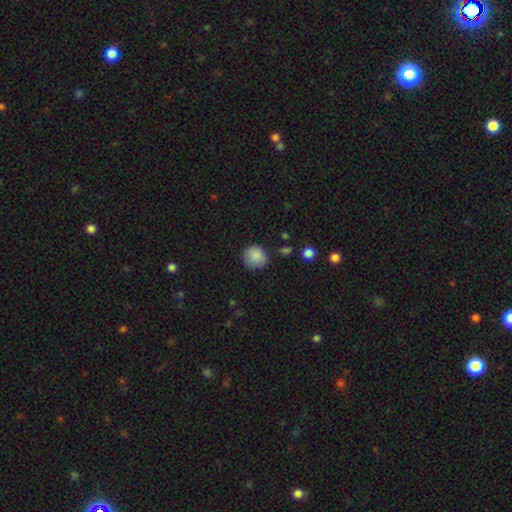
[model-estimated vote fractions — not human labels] smooth_or_featured: smooth (p=0.86) [alt: star or artifact p=0.09]
how_rounded: round (p=0.90) [alt: in between p=0.09]
merging: none (p=0.74) [alt: minor disturbance p=0.19]